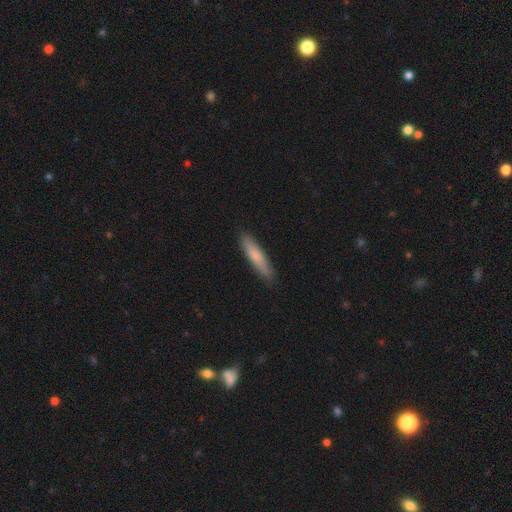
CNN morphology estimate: smooth-or-featured: smooth: 76% | featured or disk: 18% | star or artifact: 6%
  how-rounded: cigar-shaped: 86% | in between: 12% | round: 1%
  merging: none: 87% | minor disturbance: 10% | major disturbance: 2% | merger: 1%